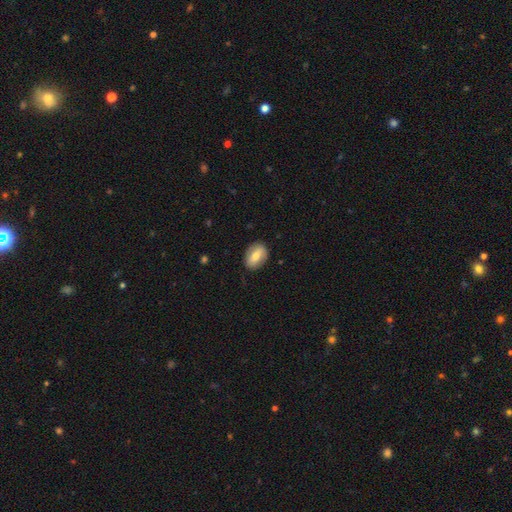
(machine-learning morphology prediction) smooth 62%, featured or disk 32%, star or artifact 7%. Down the decision tree: how rounded — in between (80%); merging — none (84%).